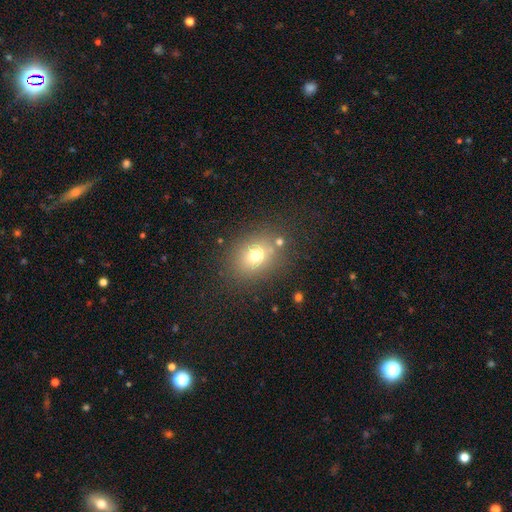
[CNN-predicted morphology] A smooth galaxy with no disk features (70%) that is round (50%).

Vote fractions:
- Smooth or featured? smooth: 70% / star or artifact: 16% / featured or disk: 14%
- How rounded? round: 50% / in between: 48% / cigar-shaped: 1%
- Merging? none: 77% / minor disturbance: 11% / merger: 6% / major disturbance: 5%